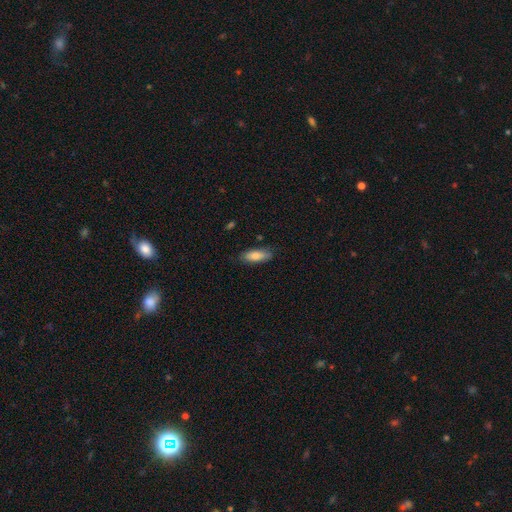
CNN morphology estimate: Smooth or featured?
  - smooth: 81% *
  - featured or disk: 13%
  - star or artifact: 6%
How rounded?
  - in between: 70% *
  - cigar-shaped: 28%
  - round: 2%
Merging?
  - none: 80% *
  - minor disturbance: 16%
  - major disturbance: 3%
  - merger: 1%